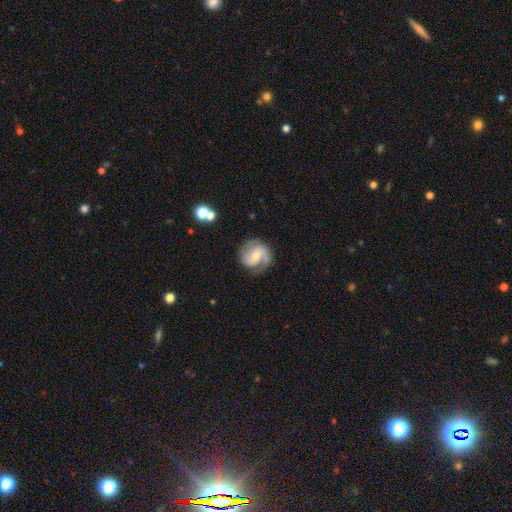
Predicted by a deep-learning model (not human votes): This appears to be a featured or disk galaxy (83%) with no bar (47%), 2 (84%) medium (51%) spiral arms (96%) and a small central bulge (50%). Merging: none (79%).